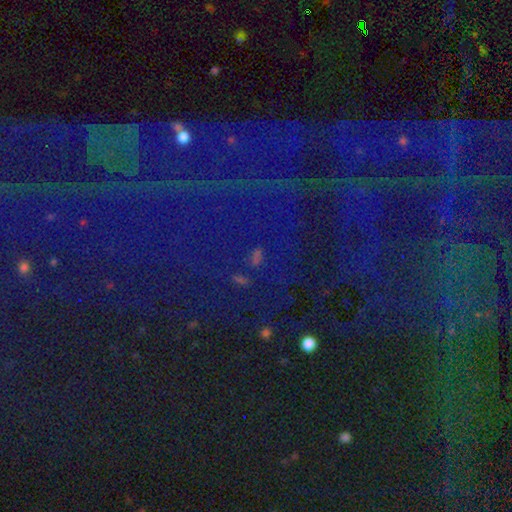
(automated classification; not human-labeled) A star or artifact, not a galaxy (82%).

Vote fractions:
- Smooth or featured? star or artifact: 82% / smooth: 10% / featured or disk: 7%